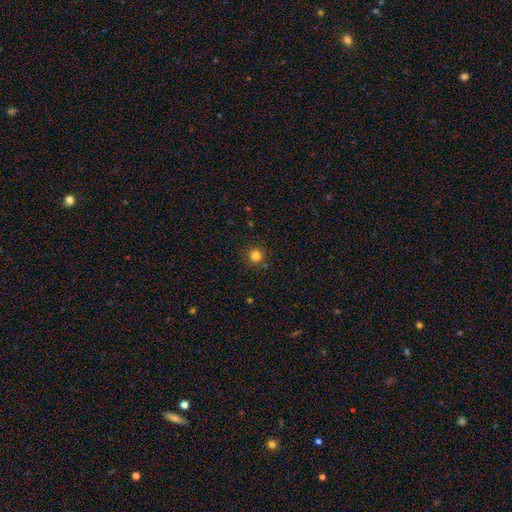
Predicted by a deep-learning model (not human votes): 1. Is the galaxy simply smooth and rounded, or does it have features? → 82% smooth, 13% star or artifact, 5% featured or disk.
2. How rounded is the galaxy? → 95% round, 4% in between, 1% cigar-shaped.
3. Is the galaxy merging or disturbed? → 88% none, 7% minor disturbance, 3% merger, 2% major disturbance.